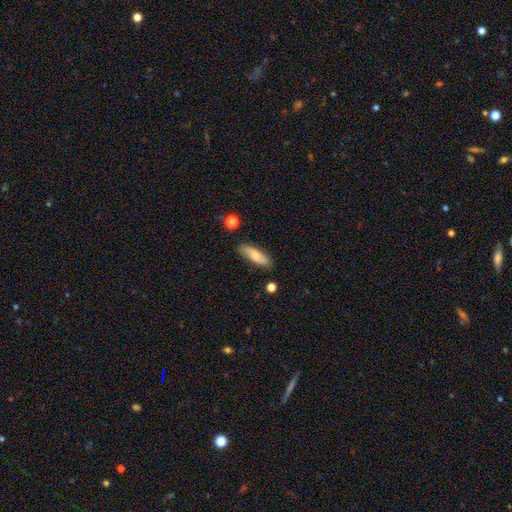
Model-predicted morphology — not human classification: smooth_or_featured: smooth (p=0.71) [alt: featured or disk p=0.22]
how_rounded: in between (p=0.53) [alt: cigar-shaped p=0.44]
merging: none (p=0.82) [alt: minor disturbance p=0.13]